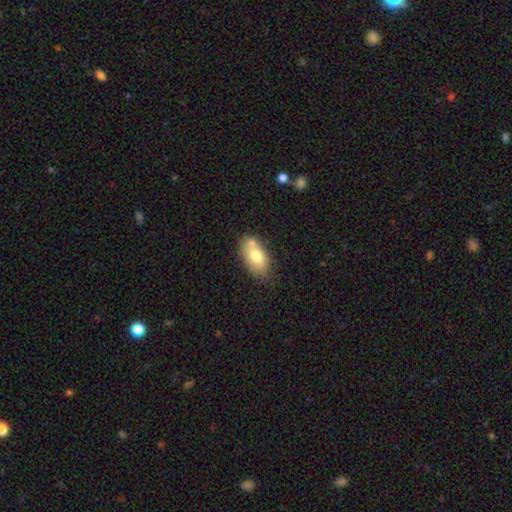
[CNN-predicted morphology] Overall: smooth (74%). How rounded: in between (92%). Merging: none (61%).